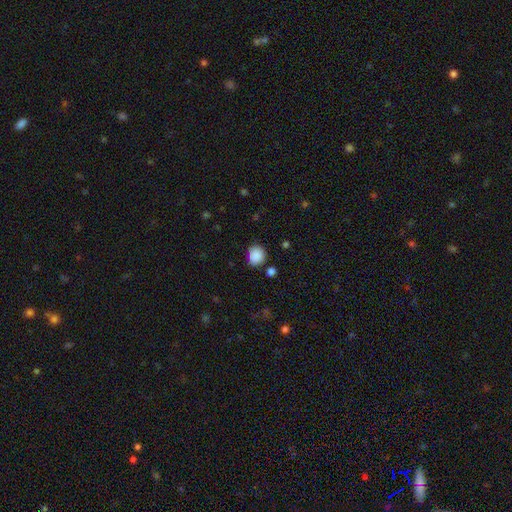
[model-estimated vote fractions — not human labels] Smooth or featured? Predicted: smooth (p=0.88). How rounded? Predicted: round (p=0.74). Merging? Predicted: none (p=0.78).